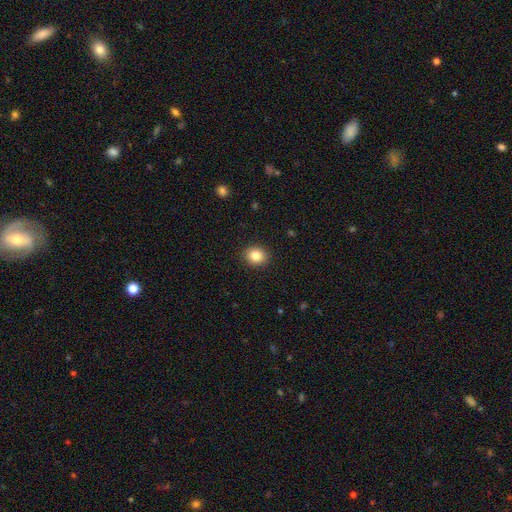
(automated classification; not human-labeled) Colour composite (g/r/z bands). It shows a smooth galaxy with no disk features (84%) that is round (76%). Merging: none (91%).